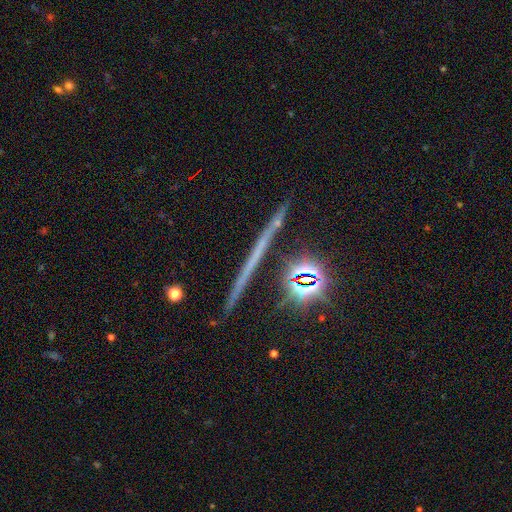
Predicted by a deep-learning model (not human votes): This is marginally a featured or disk galaxy (39%). Merging: clearly none (88%).